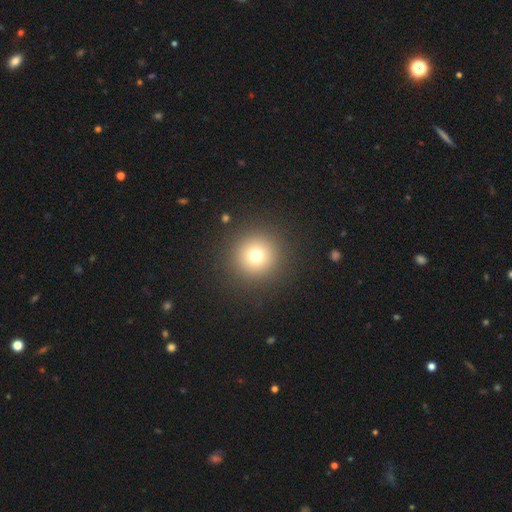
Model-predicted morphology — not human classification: A smooth galaxy with no disk features (73%) that is round (96%).

Vote fractions:
- Smooth or featured? smooth: 73% / star or artifact: 17% / featured or disk: 10%
- How rounded? round: 96% / in between: 4% / cigar-shaped: 1%
- Merging? none: 91% / minor disturbance: 5% / major disturbance: 3% / merger: 1%